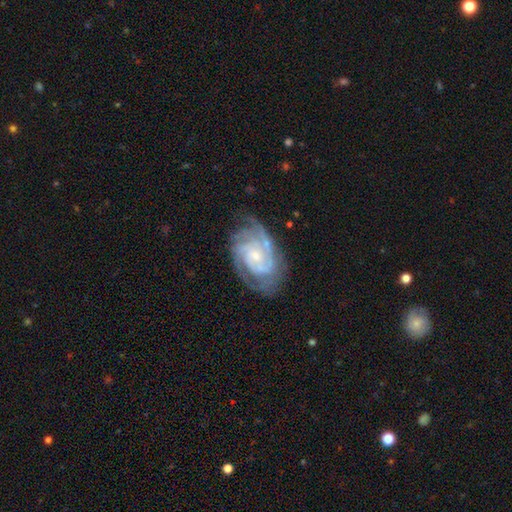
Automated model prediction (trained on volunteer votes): Smooth or featured? featured or disk (89%)
Edge-on disk? no (97%)
Bar? no (64%)
Spiral arms? yes (98%)
Spiral winding? tight (65%)
Spiral arm count? 2 (32%)
Bulge size? small (67%)
Merging? none (72%)